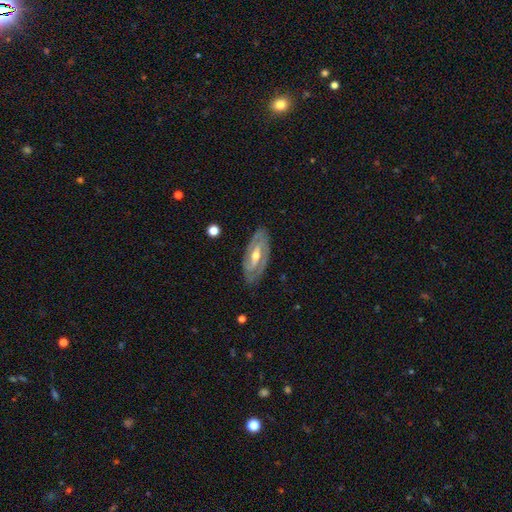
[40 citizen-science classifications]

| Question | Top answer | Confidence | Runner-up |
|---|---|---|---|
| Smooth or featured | featured or disk | 85% | smooth (10%) |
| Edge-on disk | no | 88% | yes (12%) |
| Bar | weak | 43% | strong (33%) |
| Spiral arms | yes | 83% | no (17%) |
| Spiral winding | tight | 64% | medium (28%) |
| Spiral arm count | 2 | 72% | can't tell (16%) |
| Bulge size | moderate | 67% | small (30%) |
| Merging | none | 89% | minor disturbance (5%) |